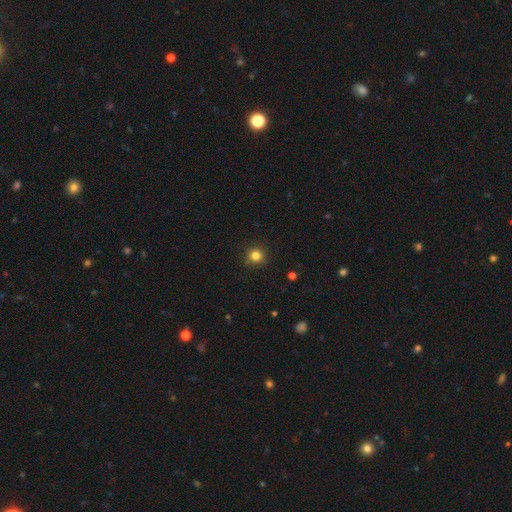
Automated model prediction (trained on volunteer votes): A smooth galaxy with no disk features (82%) that is round (93%). Merging: none (88%).